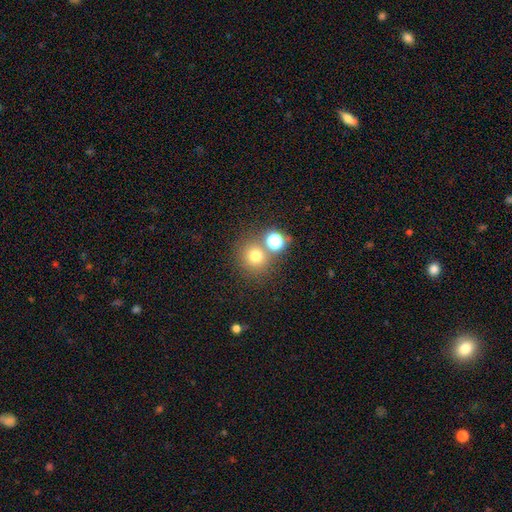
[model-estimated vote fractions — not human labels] Smooth or featured: smooth — 72% (star or artifact — 19%)
How rounded: round — 90% (in between — 9%)
Merging: none — 68% (merger — 21%)